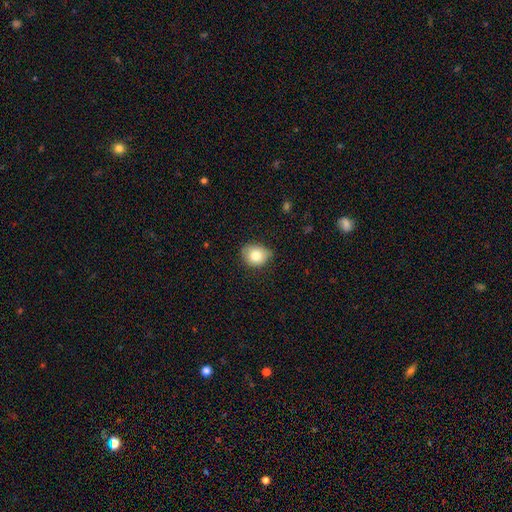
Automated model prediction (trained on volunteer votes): Overall: smooth (81%). How rounded: round (59%; in between 40%). Merging: none (67%; minor disturbance 28%).